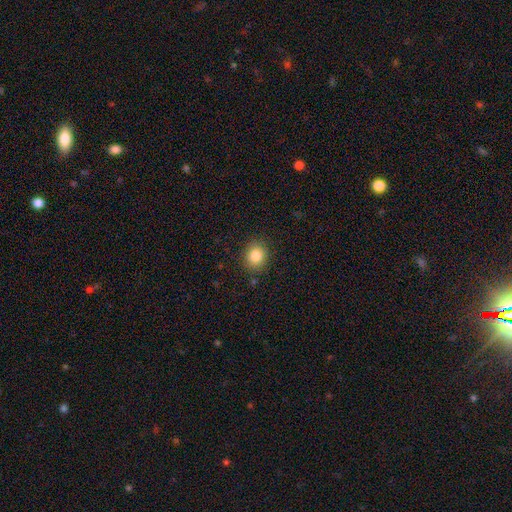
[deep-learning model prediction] The model was most divided on "how rounded": round: 72%, in between: 27%, cigar-shaped: 1%. More confident: merging — none (87%); smooth or featured — smooth (84%).